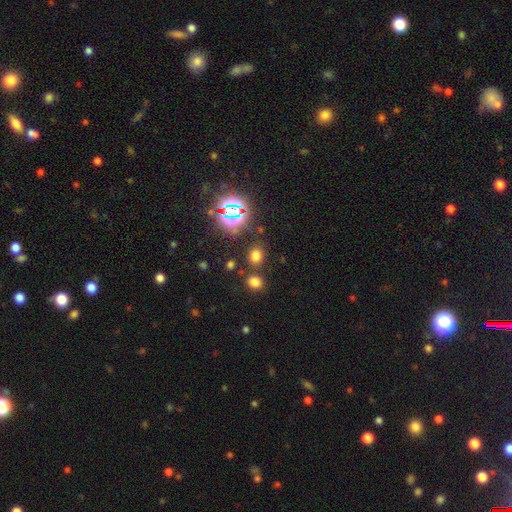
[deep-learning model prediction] Q: Smooth or featured?
A: smooth (65%); runner-up: star or artifact (29%)
Q: How rounded?
A: round (55%); runner-up: in between (44%)
Q: Merging?
A: none (79%); runner-up: minor disturbance (9%)